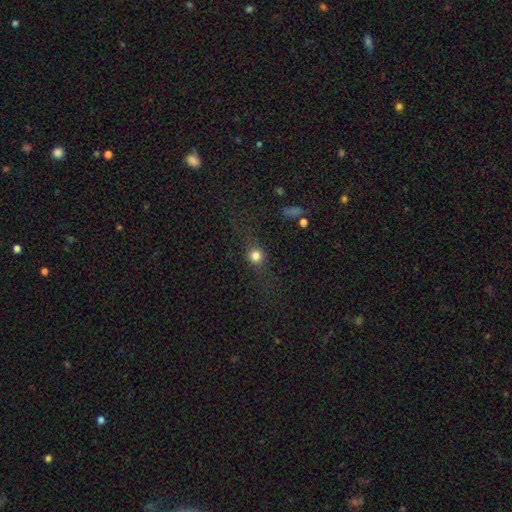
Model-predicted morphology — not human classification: smooth 72%, star or artifact 14%, featured or disk 14%. Down the decision tree: how rounded — round (83%); merging — none (73%).